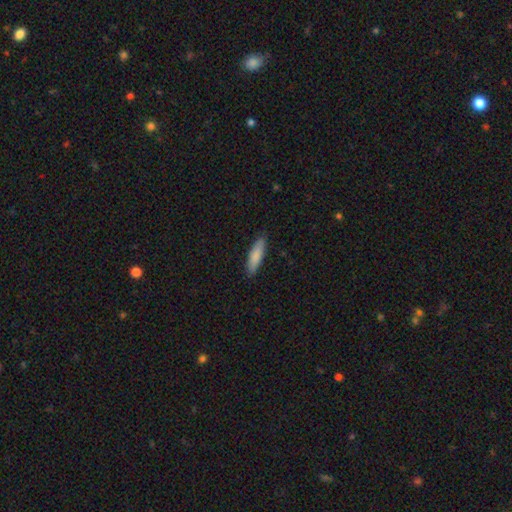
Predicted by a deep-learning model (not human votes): Q: Smooth or featured?
A: smooth (85%); runner-up: featured or disk (10%)
Q: How rounded?
A: cigar-shaped (69%); runner-up: in between (29%)
Q: Merging?
A: none (88%); runner-up: minor disturbance (9%)